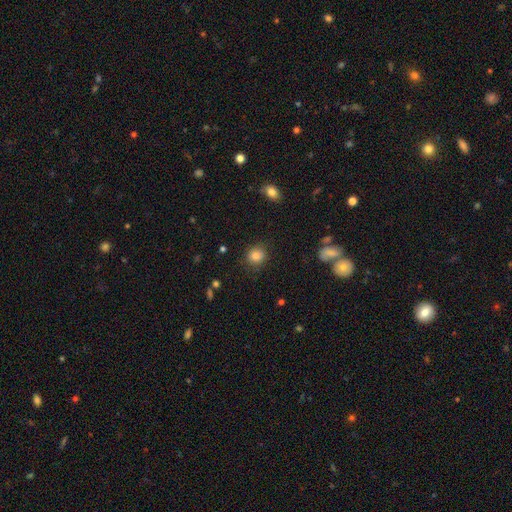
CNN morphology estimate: A smooth galaxy with no disk features (83%) that is round (76%). Merging: none (85%).